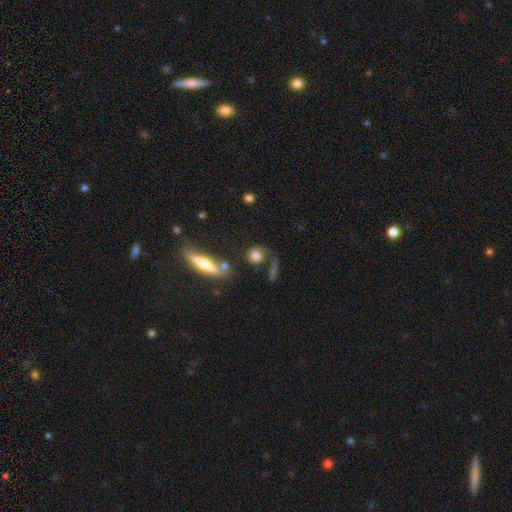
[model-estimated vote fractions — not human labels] Smooth or featured: smooth — 67% (featured or disk — 23%)
How rounded: round — 69% (in between — 26%)
Merging: none — 47% (minor disturbance — 19%)